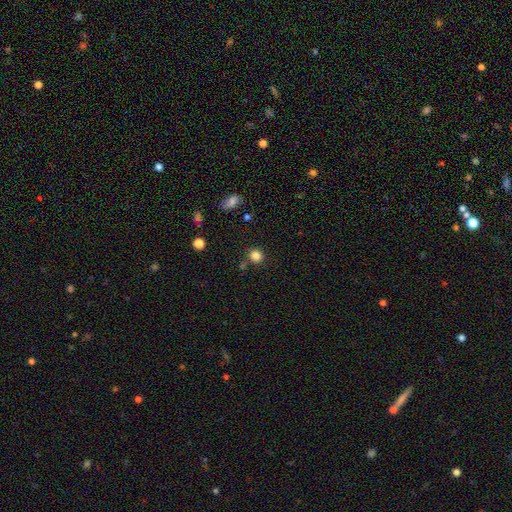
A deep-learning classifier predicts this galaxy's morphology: Q: Smooth or featured?
A: smooth (84%); runner-up: star or artifact (12%)
Q: How rounded?
A: round (88%); runner-up: in between (11%)
Q: Merging?
A: none (82%); runner-up: minor disturbance (9%)